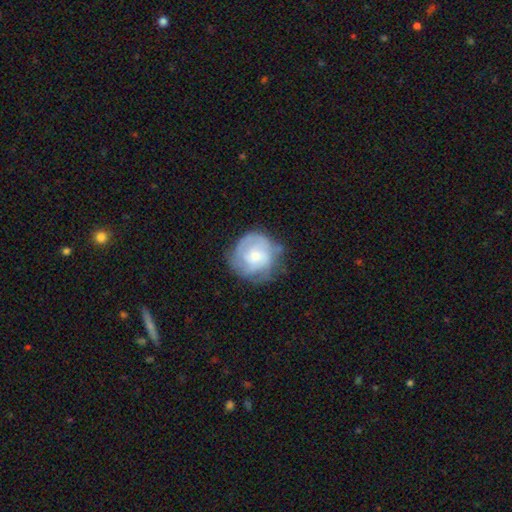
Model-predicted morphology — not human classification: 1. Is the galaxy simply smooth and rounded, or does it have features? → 57% featured or disk, 36% smooth, 7% star or artifact.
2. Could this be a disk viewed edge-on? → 98% no, 2% yes.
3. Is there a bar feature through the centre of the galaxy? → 75% no, 22% weak, 3% strong.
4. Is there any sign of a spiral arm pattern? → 74% yes, 26% no.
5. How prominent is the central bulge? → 53% small, 39% moderate, 5% large, 3% none, 1% dominant.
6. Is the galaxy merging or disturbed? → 62% none, 24% minor disturbance, 11% major disturbance, 2% merger.